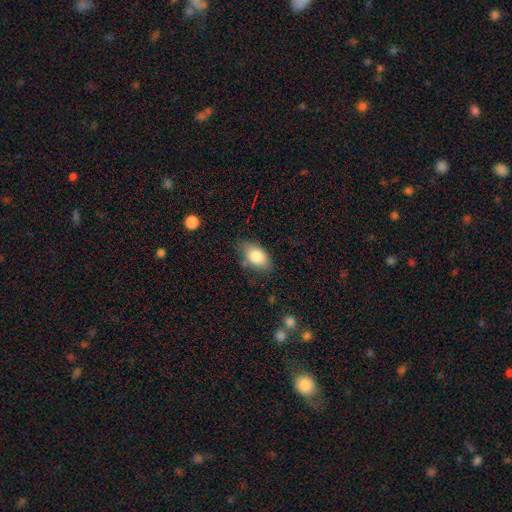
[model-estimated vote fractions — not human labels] Smooth or featured: smooth — 83% (featured or disk — 10%)
How rounded: in between — 89% (round — 9%)
Merging: none — 68% (minor disturbance — 23%)